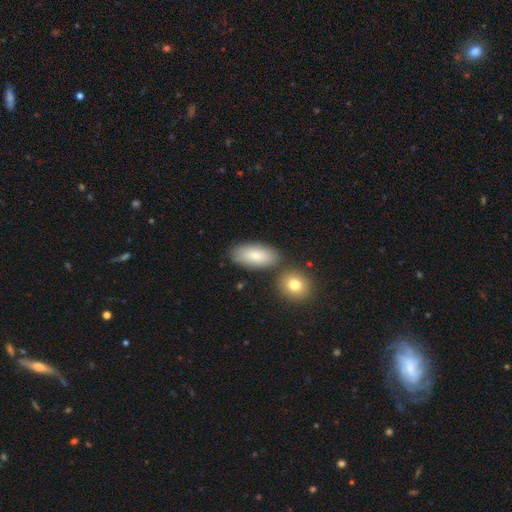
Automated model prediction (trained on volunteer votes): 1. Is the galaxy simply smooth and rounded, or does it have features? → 81% smooth, 13% featured or disk, 6% star or artifact.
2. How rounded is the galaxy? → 90% in between, 7% cigar-shaped, 4% round.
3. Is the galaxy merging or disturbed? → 72% none, 13% merger, 12% minor disturbance, 3% major disturbance.